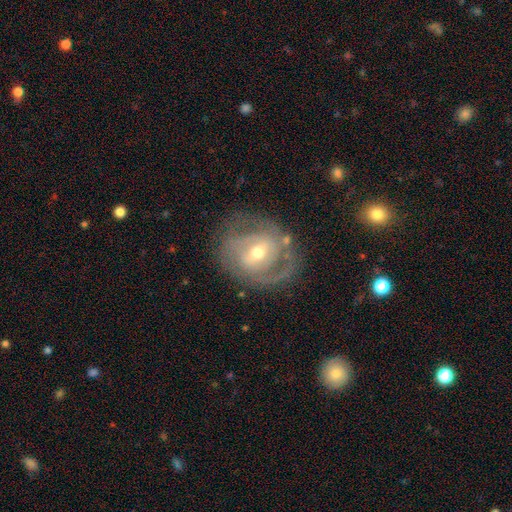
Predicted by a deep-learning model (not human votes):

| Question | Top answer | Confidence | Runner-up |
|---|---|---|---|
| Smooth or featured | featured or disk | 79% | smooth (15%) |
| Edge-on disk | no | 96% | yes (4%) |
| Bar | weak | 44% | no (32%) |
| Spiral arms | yes | 80% | no (20%) |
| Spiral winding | tight | 55% | medium (34%) |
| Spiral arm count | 2 | 53% | can't tell (27%) |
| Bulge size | moderate | 57% | small (38%) |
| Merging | none | 70% | minor disturbance (17%) |